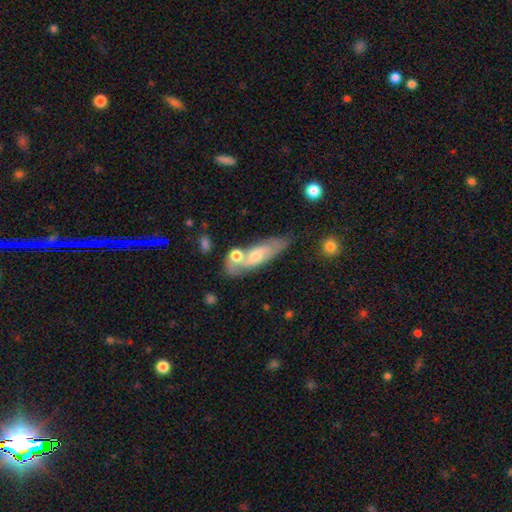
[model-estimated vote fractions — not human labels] Morphology: type=featured or disk (50%); merging=none (47%).